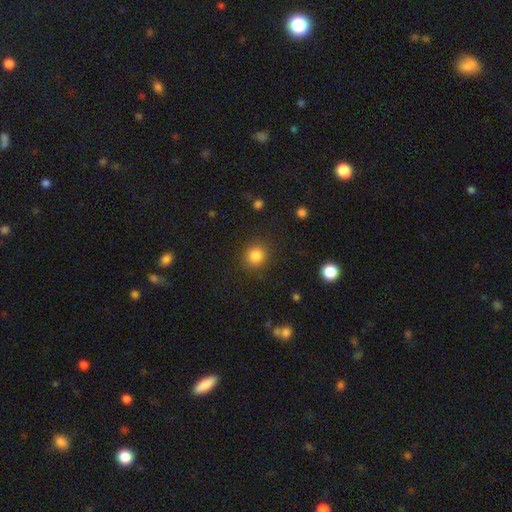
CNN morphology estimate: smooth_or_featured: smooth (p=0.84) [alt: star or artifact p=0.11]
how_rounded: round (p=0.89) [alt: in between p=0.10]
merging: none (p=0.88) [alt: minor disturbance p=0.08]